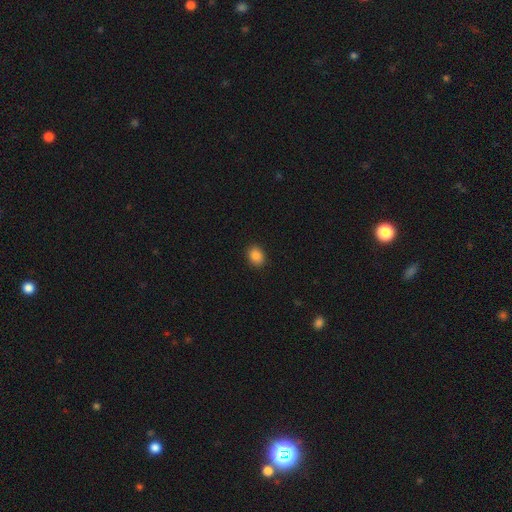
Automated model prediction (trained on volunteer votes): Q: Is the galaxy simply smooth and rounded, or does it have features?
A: smooth — 86%.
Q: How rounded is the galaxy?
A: in between — 58%.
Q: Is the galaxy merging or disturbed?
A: none — 90%.